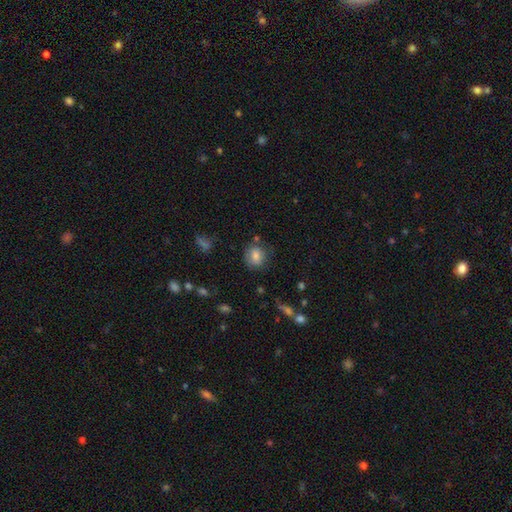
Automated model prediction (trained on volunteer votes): Overall: smooth (78%). How rounded: round (69%). Merging: none (75%).